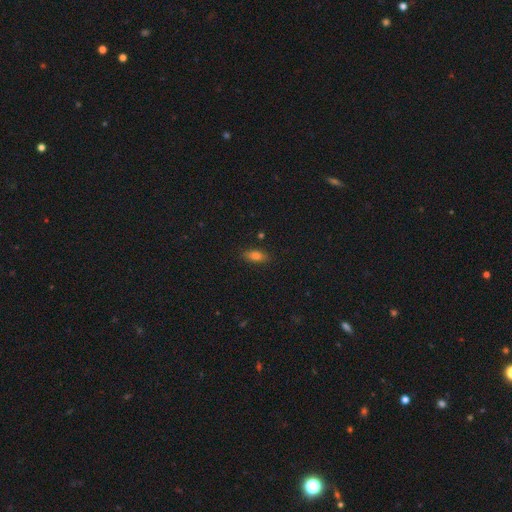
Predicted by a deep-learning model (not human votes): Morphology: type=smooth (77%); roundness=in between (81%); merging=none (84%).